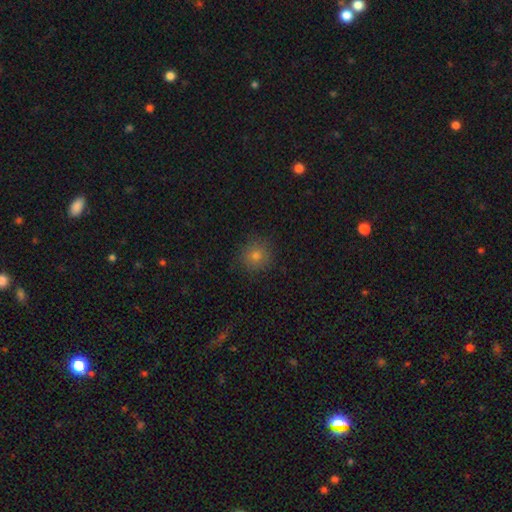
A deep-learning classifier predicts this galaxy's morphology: Smooth or featured? smooth (77%)
How rounded? round (93%)
Merging? none (89%)